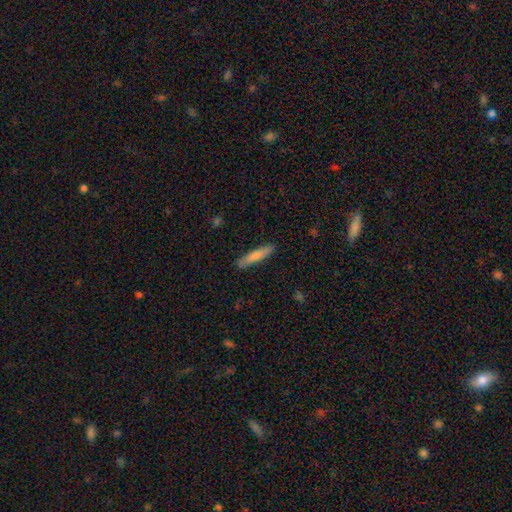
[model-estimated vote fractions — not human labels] smooth-or-featured: smooth: 75% | featured or disk: 19% | star or artifact: 6%
  how-rounded: cigar-shaped: 88% | in between: 11% | round: 1%
  merging: none: 88% | minor disturbance: 9% | major disturbance: 2% | merger: 1%